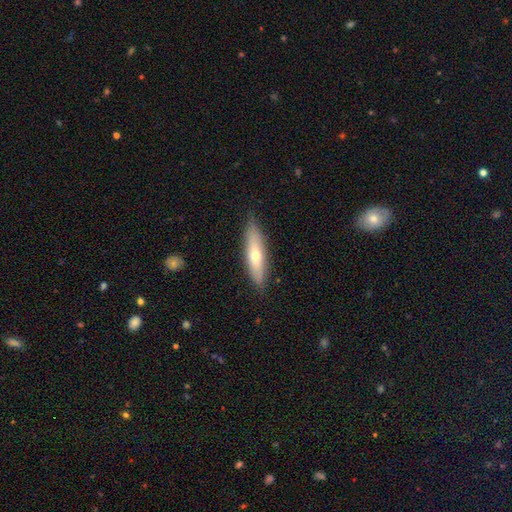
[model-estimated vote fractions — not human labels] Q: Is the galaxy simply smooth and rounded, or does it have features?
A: smooth — 53%.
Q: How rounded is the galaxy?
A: cigar-shaped — 72%.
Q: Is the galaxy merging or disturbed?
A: none — 85%.